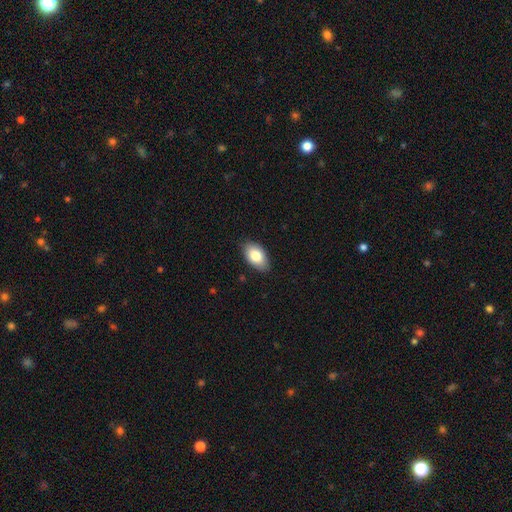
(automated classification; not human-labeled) smooth-or-featured: smooth: 82% | featured or disk: 11% | star or artifact: 7%
  how-rounded: in between: 94% | round: 5% | cigar-shaped: 2%
  merging: none: 85% | minor disturbance: 12% | major disturbance: 2% | merger: 1%